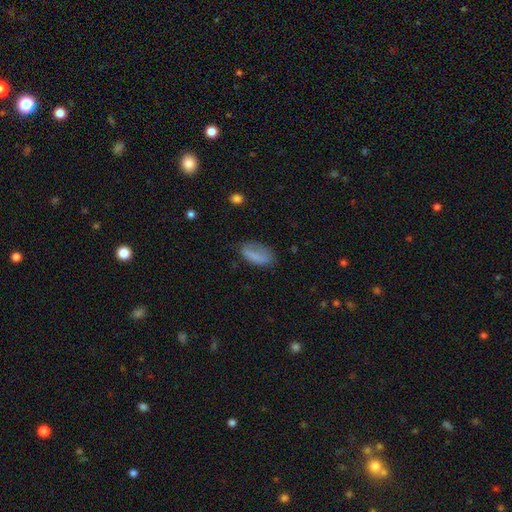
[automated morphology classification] This appears to be a smooth galaxy with no disk features (79%) that is in between round and cigar-shaped (87%). Merging: none (57%).